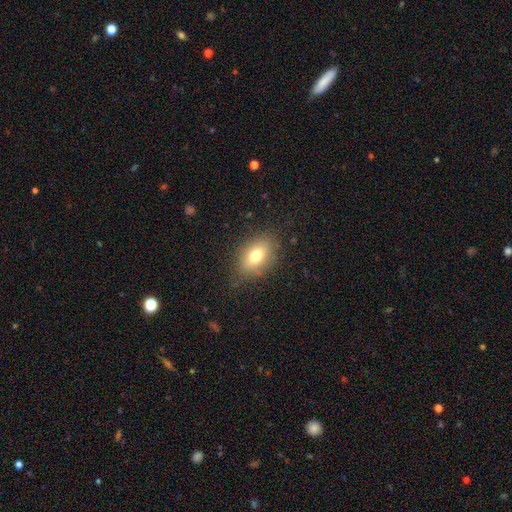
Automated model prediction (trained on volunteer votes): Smooth or featured? Predicted: smooth (p=0.74). How rounded? Predicted: in between (p=0.81). Merging? Predicted: none (p=0.78).